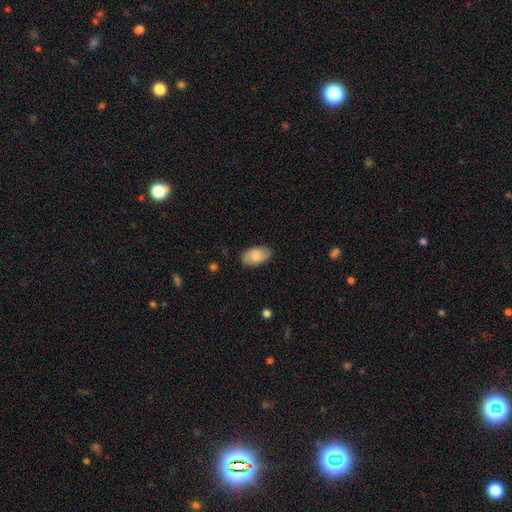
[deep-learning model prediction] Smooth or featured? Predicted: smooth (p=0.81). How rounded? Predicted: in between (p=0.94). Merging? Predicted: none (p=0.83).